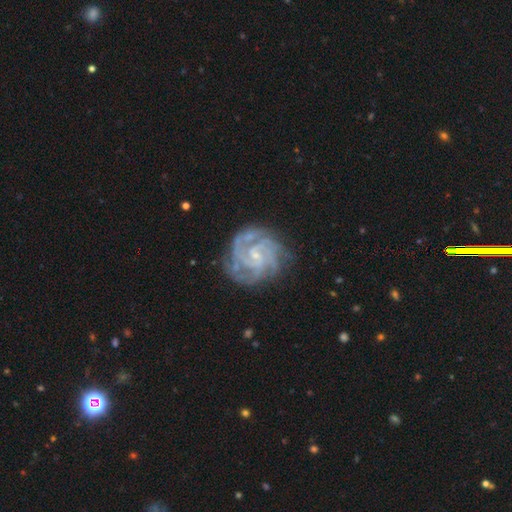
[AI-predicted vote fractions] Overall: featured or disk (88%). Edge-on disk: no (98%). Bar: no (50%; weak 40%). Spiral arms: yes (98%). Spiral arm count: 4 (31%; 3 25%). Spiral winding: tight (65%; medium 31%). Bulge size: small (72%). Merging: none (76%).